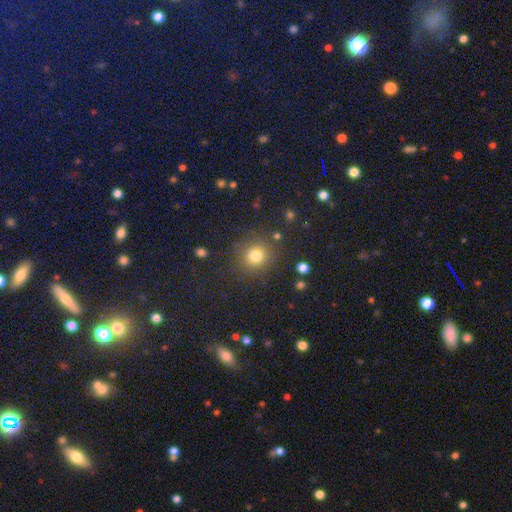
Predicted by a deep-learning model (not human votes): Smooth or featured?
  - smooth: 80% *
  - star or artifact: 14%
  - featured or disk: 6%
How rounded?
  - round: 88% *
  - in between: 11%
  - cigar-shaped: 1%
Merging?
  - none: 84% *
  - minor disturbance: 9%
  - major disturbance: 4%
  - merger: 3%